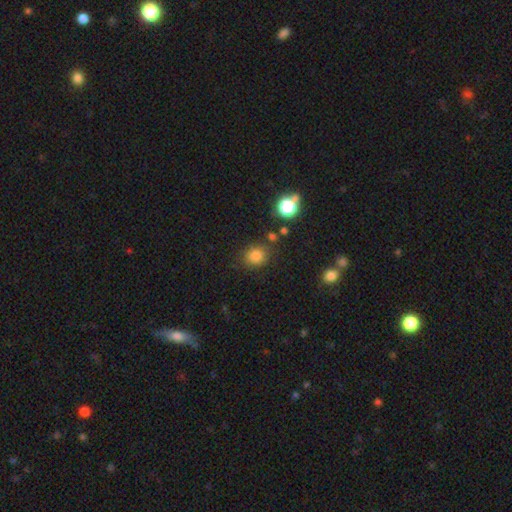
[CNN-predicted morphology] Overall: smooth (80%). How rounded: round (74%). Merging: none (79%).